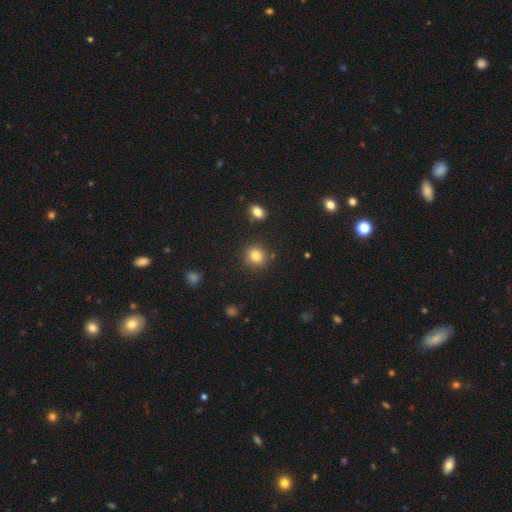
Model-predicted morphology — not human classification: Smooth or featured: smooth — 83% (star or artifact — 11%)
How rounded: round — 85% (in between — 14%)
Merging: none — 86% (minor disturbance — 8%)